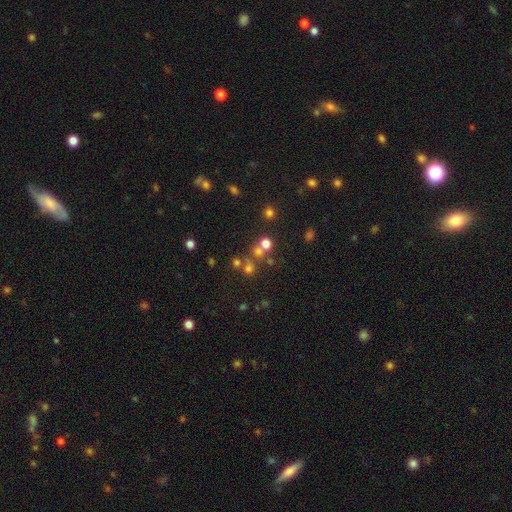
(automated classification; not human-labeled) Smooth or featured: star or artifact — 49% (smooth — 38%)